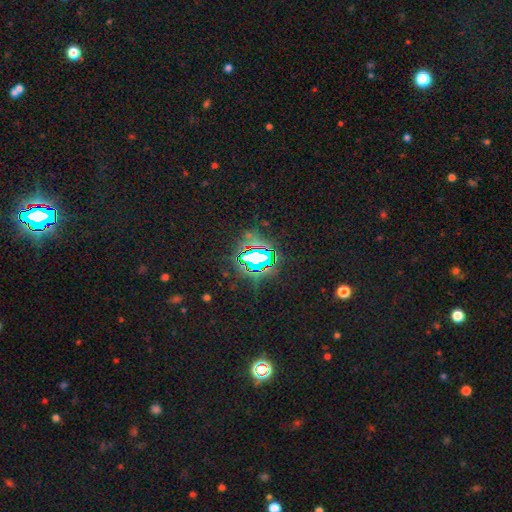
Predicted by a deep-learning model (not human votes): A star or artifact, not a galaxy (77%).

Vote fractions:
- Smooth or featured? star or artifact: 77% / smooth: 12% / featured or disk: 11%